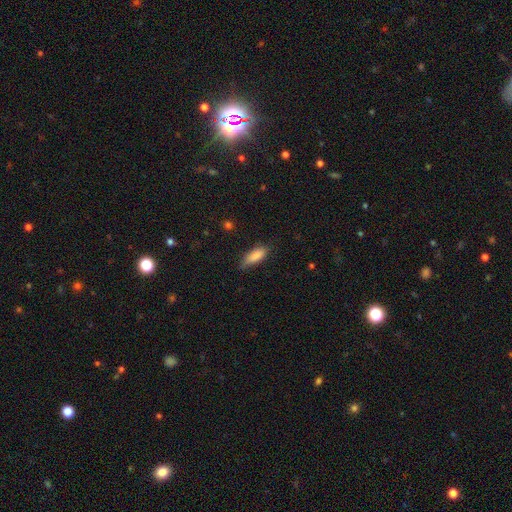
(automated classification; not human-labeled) Smooth or featured? Predicted: smooth (p=0.83). How rounded? Predicted: in between (p=0.66). Merging? Predicted: none (p=0.63).